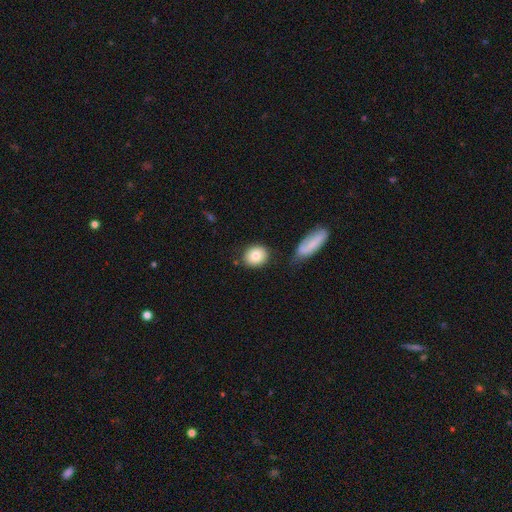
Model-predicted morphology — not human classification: Smooth or featured? smooth (82%)
How rounded? round (67%)
Merging? none (78%)